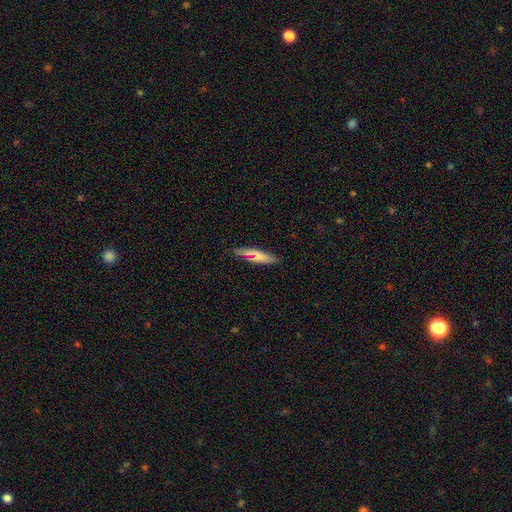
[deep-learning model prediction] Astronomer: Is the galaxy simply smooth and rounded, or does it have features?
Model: smooth — 71%.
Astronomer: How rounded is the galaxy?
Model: cigar-shaped — 77%.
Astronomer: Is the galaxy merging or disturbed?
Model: none — 85%.